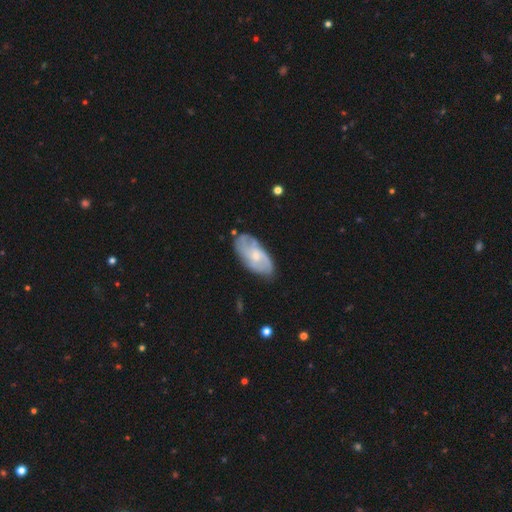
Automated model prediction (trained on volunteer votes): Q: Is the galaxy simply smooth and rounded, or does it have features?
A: featured or disk — 65%.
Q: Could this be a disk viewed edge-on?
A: no — 94%.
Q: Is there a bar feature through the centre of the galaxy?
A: no — 64%.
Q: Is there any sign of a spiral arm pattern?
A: yes — 84%.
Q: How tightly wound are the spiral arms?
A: medium — 41%.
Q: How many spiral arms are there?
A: can't tell — 37%.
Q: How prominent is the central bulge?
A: moderate — 46%.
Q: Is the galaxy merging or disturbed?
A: none — 69%.